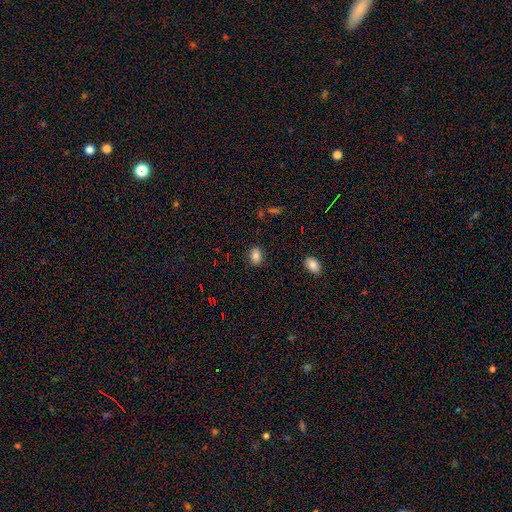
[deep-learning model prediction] Smooth or featured?
  - smooth: 82% *
  - star or artifact: 10%
  - featured or disk: 7%
How rounded?
  - in between: 76% *
  - round: 23%
  - cigar-shaped: 2%
Merging?
  - none: 86% *
  - minor disturbance: 10%
  - major disturbance: 3%
  - merger: 1%